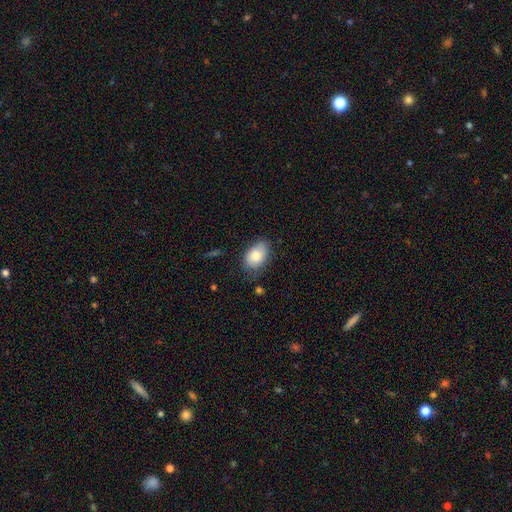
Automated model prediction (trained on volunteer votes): smooth-or-featured: smooth: 80% | featured or disk: 13% | star or artifact: 7%
  how-rounded: in between: 88% | round: 10% | cigar-shaped: 1%
  merging: none: 66% | minor disturbance: 26% | major disturbance: 6% | merger: 2%